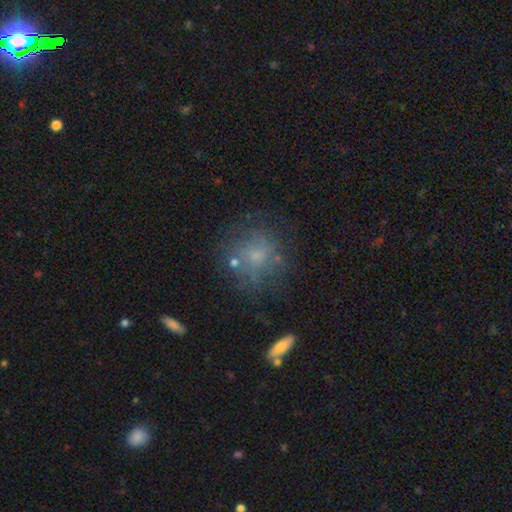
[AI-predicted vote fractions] The model was most divided on "smooth or featured": smooth: 51%, featured or disk: 33%, star or artifact: 17%. More confident: how rounded — round (82%); merging — none (63%).